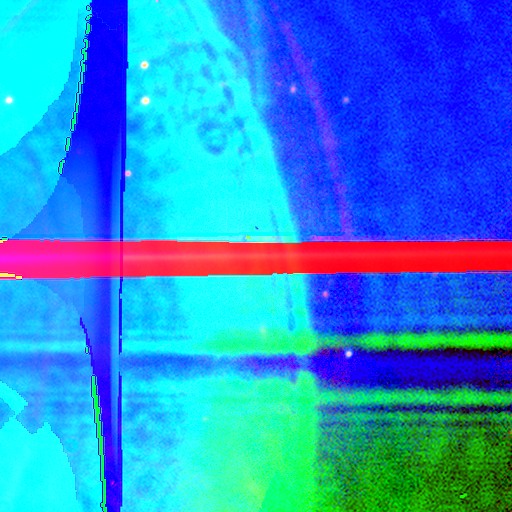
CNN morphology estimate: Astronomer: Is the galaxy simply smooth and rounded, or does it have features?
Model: star or artifact — 85%.